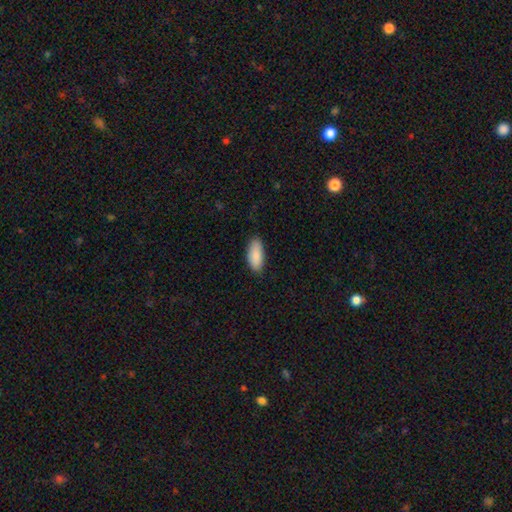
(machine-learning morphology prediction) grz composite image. It shows a smooth galaxy with no disk features (88%) that is in between round and cigar-shaped (86%). Merging: none (83%).